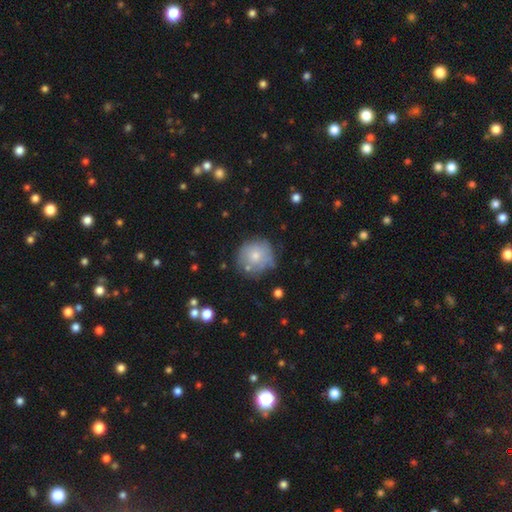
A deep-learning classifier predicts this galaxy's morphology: Smooth or featured? smooth (67%)
How rounded? round (90%)
Merging? none (65%)